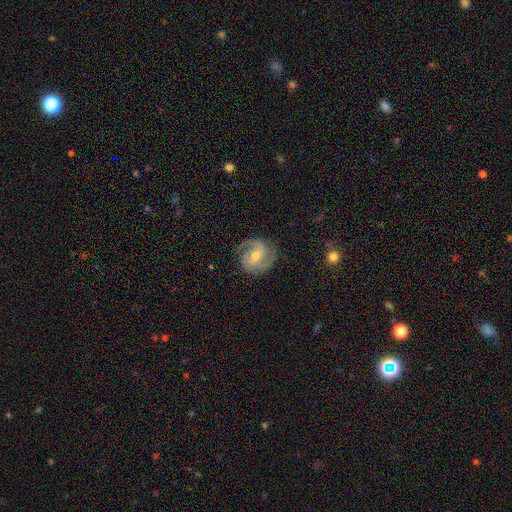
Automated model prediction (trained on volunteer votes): Smooth or featured? featured or disk (83%)
Edge-on disk? no (98%)
Bar? weak (45%)
Spiral arms? yes (96%)
Spiral winding? medium (48%)
Spiral arm count? 2 (69%)
Bulge size? moderate (52%)
Merging? none (75%)